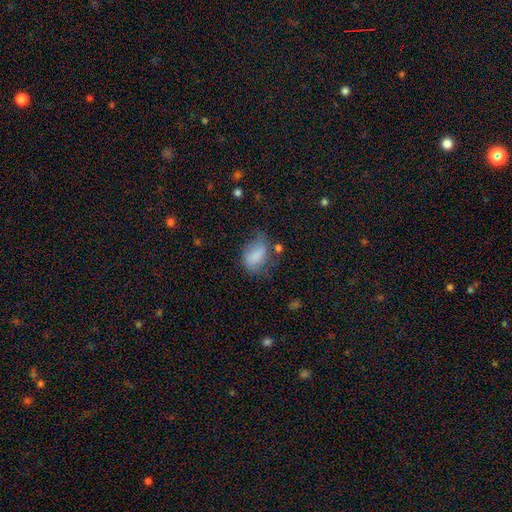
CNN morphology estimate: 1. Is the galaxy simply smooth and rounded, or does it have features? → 72% smooth, 19% featured or disk, 9% star or artifact.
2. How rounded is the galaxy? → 83% in between, 15% round, 2% cigar-shaped.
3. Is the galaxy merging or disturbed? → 35% minor disturbance, 33% none, 27% major disturbance, 6% merger.